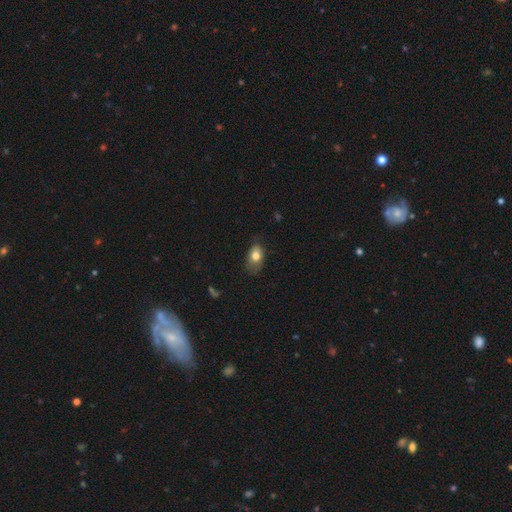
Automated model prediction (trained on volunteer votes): This is likely a smooth galaxy (77%). How rounded: clearly in between (85%). Merging: possibly none (60%).